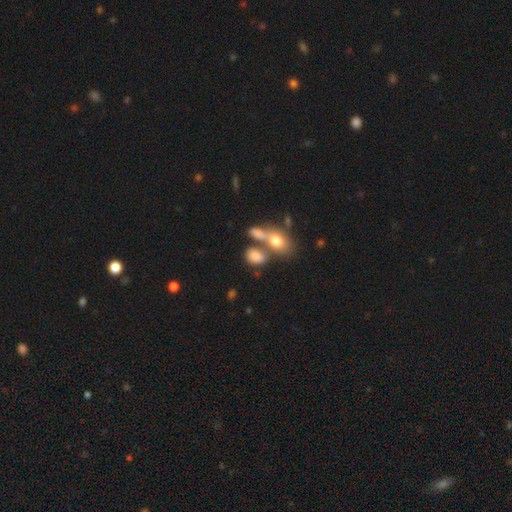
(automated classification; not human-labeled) A smooth galaxy with no disk features (73%) that is in between round and cigar-shaped (70%).

Vote fractions:
- Smooth or featured? smooth: 73% / featured or disk: 15% / star or artifact: 11%
- How rounded? in between: 70% / round: 27% / cigar-shaped: 3%
- Merging? merger: 45% / none: 36% / minor disturbance: 12% / major disturbance: 7%